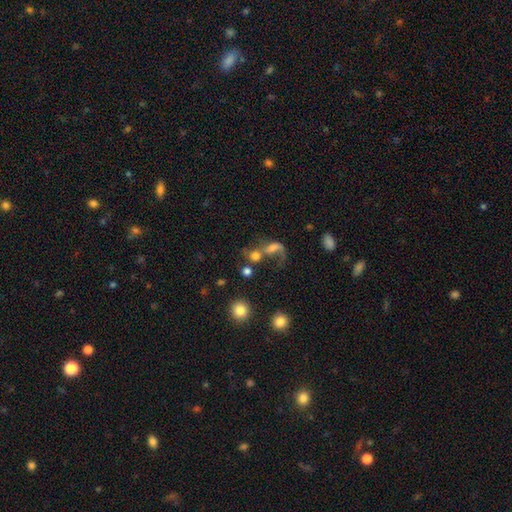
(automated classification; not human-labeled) Q: Smooth or featured?
A: smooth (56%); runner-up: featured or disk (28%)
Q: How rounded?
A: round (65%); runner-up: in between (31%)
Q: Merging?
A: merger (49%); runner-up: none (23%)